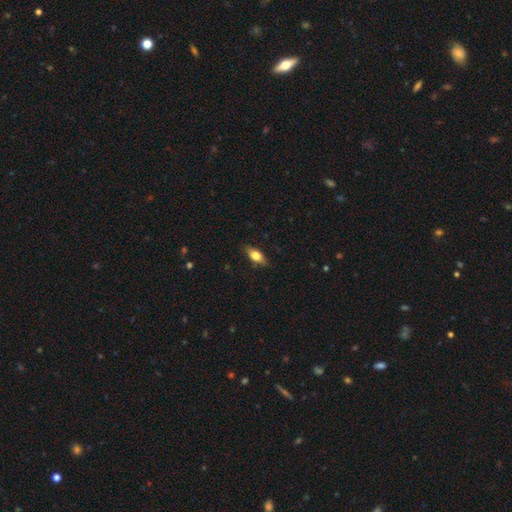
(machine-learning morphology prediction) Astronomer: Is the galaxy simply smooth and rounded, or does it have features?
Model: smooth — 62%.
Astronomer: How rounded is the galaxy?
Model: in between — 76%.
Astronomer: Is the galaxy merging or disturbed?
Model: none — 84%.